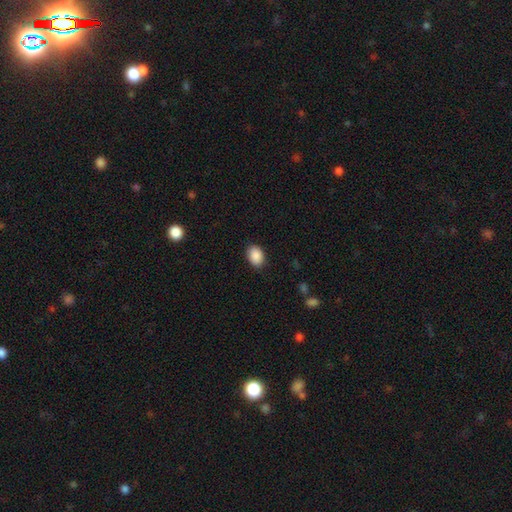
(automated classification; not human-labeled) smooth_or_featured: smooth (p=0.90) [alt: star or artifact p=0.07]
how_rounded: in between (p=0.78) [alt: round p=0.21]
merging: none (p=0.87) [alt: minor disturbance p=0.10]